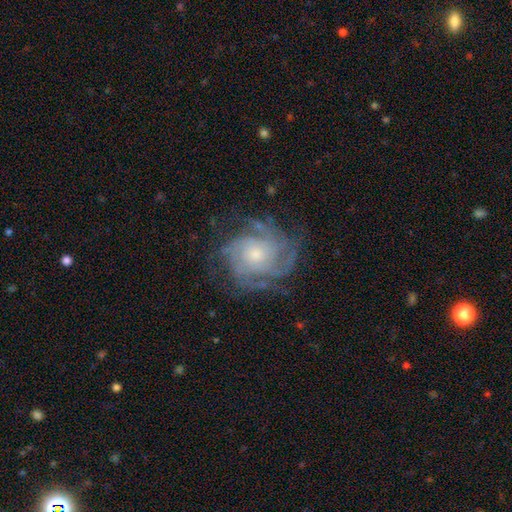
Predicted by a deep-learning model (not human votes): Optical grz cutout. It shows a featured or disk galaxy (83%) with no bar (77%), tight (66%) spiral arms (96%) and a small central bulge (47%). Merging: none (75%).